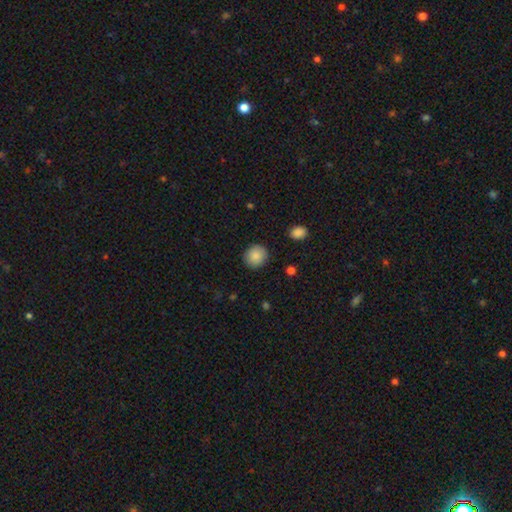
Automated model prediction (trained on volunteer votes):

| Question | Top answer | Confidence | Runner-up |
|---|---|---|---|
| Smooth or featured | smooth | 88% | star or artifact (8%) |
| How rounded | round | 84% | in between (15%) |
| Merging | none | 89% | minor disturbance (7%) |